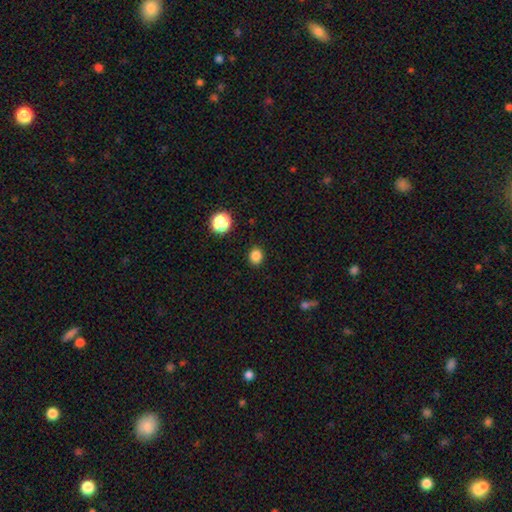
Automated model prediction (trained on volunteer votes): Overall: smooth (84%). How rounded: round (69%; in between 30%). Merging: none (90%).